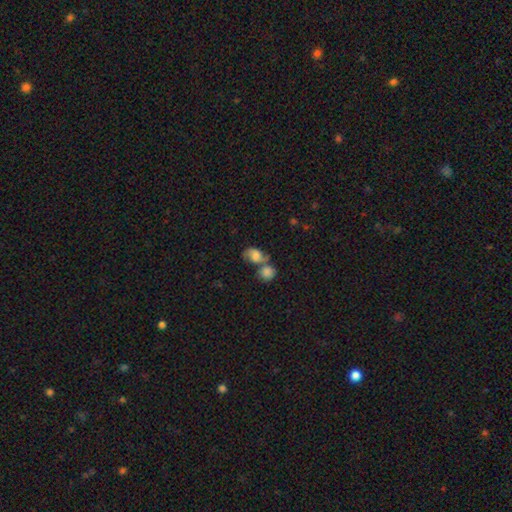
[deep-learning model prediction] Smooth or featured? Predicted: smooth (p=0.60). How rounded? Predicted: in between (p=0.65). Merging? Predicted: merger (p=0.53).